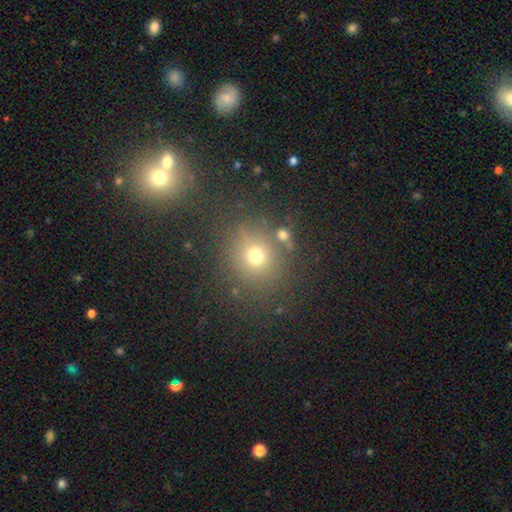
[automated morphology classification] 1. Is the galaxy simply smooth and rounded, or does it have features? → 70% smooth, 20% star or artifact, 10% featured or disk.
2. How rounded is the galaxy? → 86% round, 13% in between, 1% cigar-shaped.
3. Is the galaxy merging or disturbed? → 79% none, 10% minor disturbance, 7% merger, 5% major disturbance.